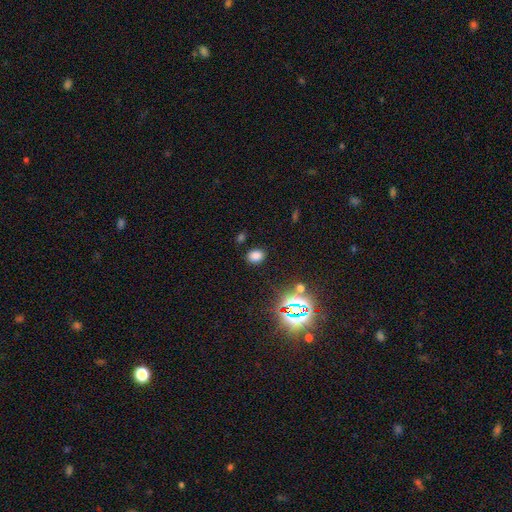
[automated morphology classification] smooth 74%, star or artifact 20%, featured or disk 5%. Down the decision tree: how rounded — in between (65%); merging — none (85%).